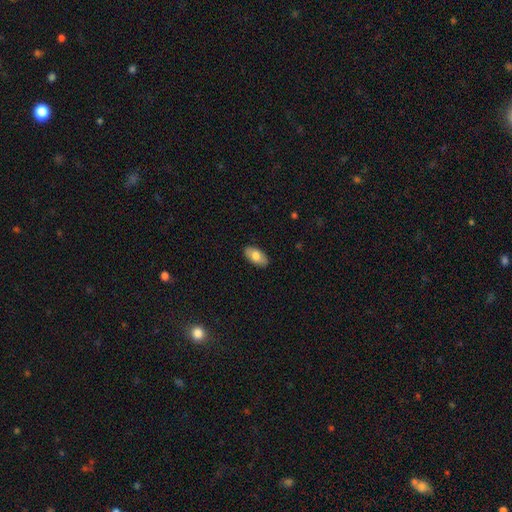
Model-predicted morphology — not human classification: Smooth or featured: smooth — 79% (featured or disk — 15%)
How rounded: in between — 93% (cigar-shaped — 4%)
Merging: none — 89% (minor disturbance — 9%)